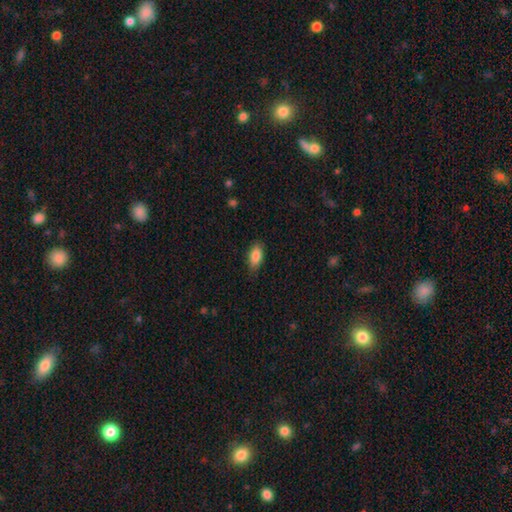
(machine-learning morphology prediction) Q: Smooth or featured?
A: smooth (86%); runner-up: featured or disk (7%)
Q: How rounded?
A: in between (88%); runner-up: cigar-shaped (9%)
Q: Merging?
A: none (82%); runner-up: minor disturbance (15%)